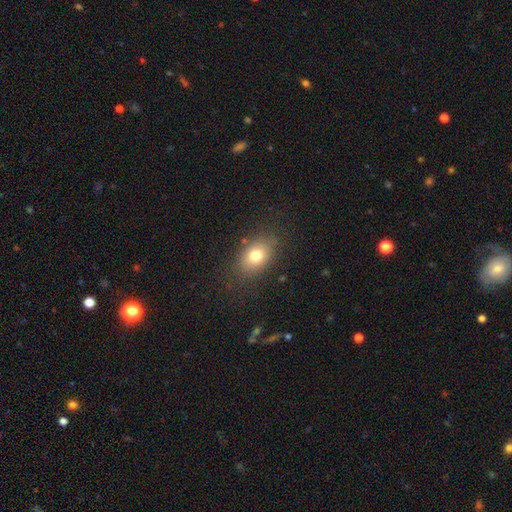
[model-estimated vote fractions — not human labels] Overall: smooth (77%). How rounded: in between (75%). Merging: none (82%).